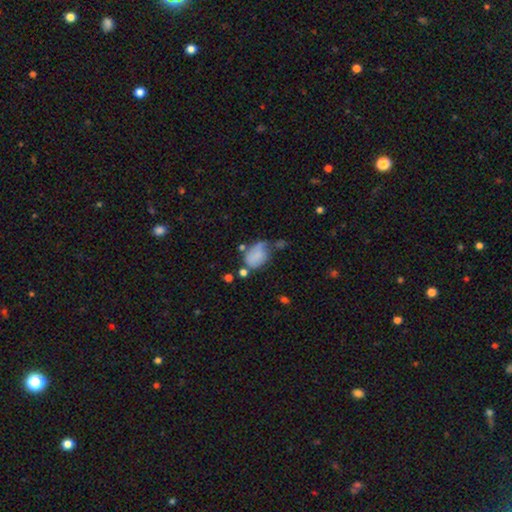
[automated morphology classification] A smooth galaxy with no disk features (72%) that is in between round and cigar-shaped (75%). Merging: minor disturbance (32%).